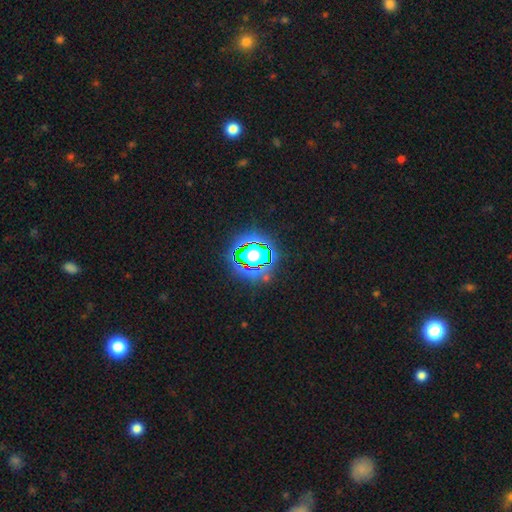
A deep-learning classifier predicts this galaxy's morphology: A star or artifact, not a galaxy (59%).

Vote fractions:
- Smooth or featured? star or artifact: 59% / smooth: 29% / featured or disk: 13%